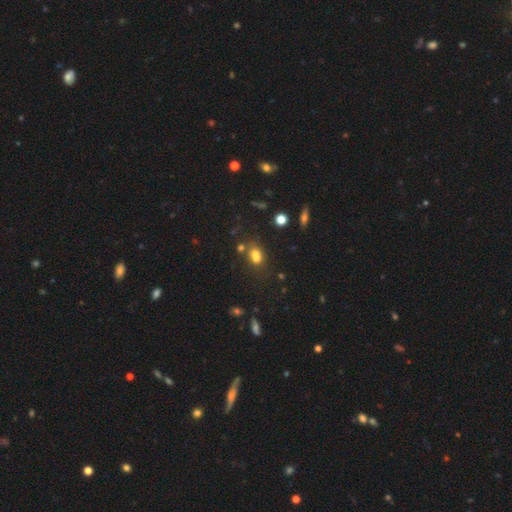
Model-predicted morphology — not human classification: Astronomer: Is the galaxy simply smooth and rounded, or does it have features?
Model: smooth — 67%.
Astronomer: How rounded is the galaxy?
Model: in between — 58% (runner-up: round, 39%).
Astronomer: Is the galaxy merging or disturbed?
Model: none — 42% (runner-up: merger, 39%).